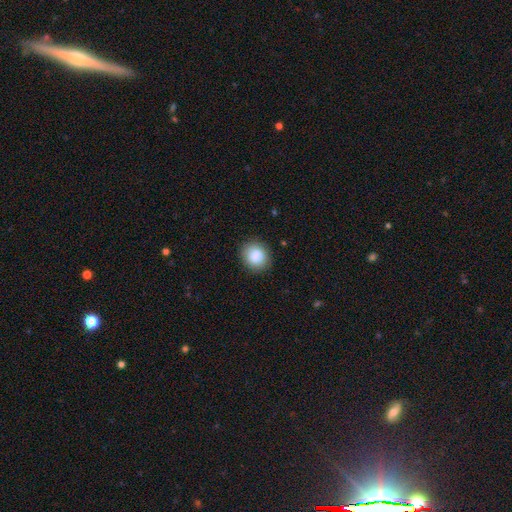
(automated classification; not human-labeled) A smooth galaxy with no disk features (85%) that is round (80%).

Vote fractions:
- Smooth or featured? smooth: 85% / star or artifact: 9% / featured or disk: 7%
- How rounded? round: 80% / in between: 19% / cigar-shaped: 1%
- Merging? none: 89% / minor disturbance: 7% / major disturbance: 2% / merger: 1%